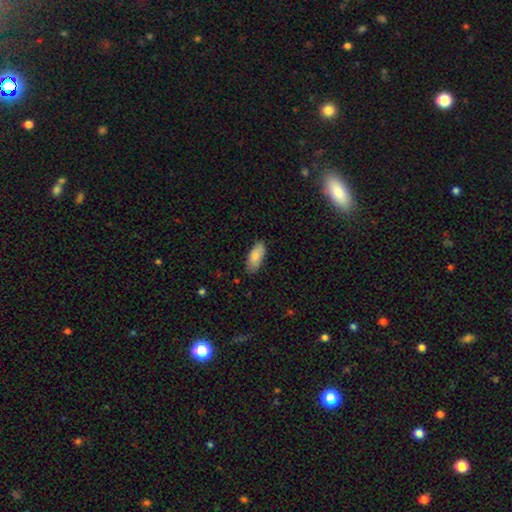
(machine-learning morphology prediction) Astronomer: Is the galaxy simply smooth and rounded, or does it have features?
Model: smooth — 86%.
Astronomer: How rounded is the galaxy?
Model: in between — 86%.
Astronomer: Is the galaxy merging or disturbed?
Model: none — 79%.